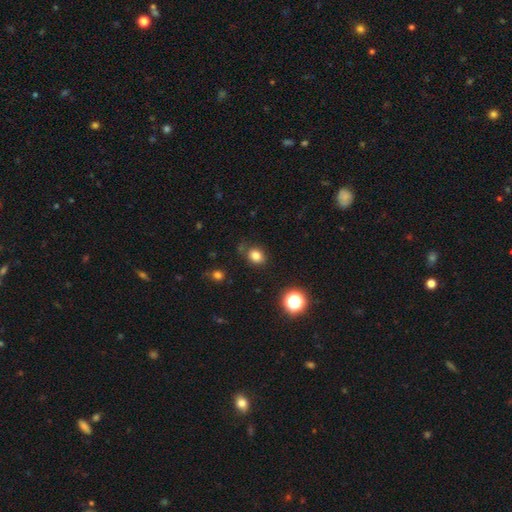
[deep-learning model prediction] A smooth galaxy with no disk features (80%) that is round (52%).

Vote fractions:
- Smooth or featured? smooth: 80% / star or artifact: 14% / featured or disk: 6%
- How rounded? round: 52% / in between: 47% / cigar-shaped: 1%
- Merging? none: 77% / minor disturbance: 15% / major disturbance: 4% / merger: 4%